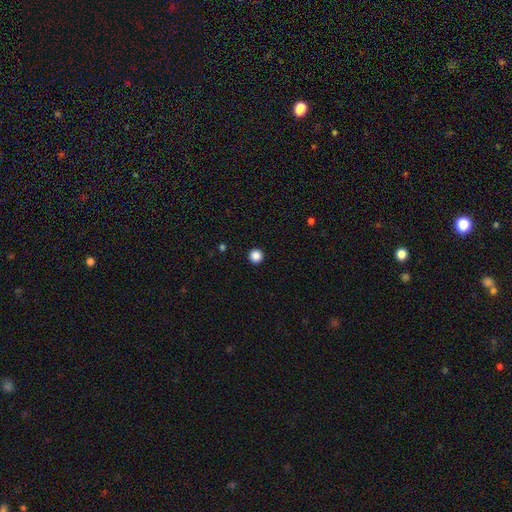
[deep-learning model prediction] Overall: smooth (87%). How rounded: round (96%). Merging: none (94%).